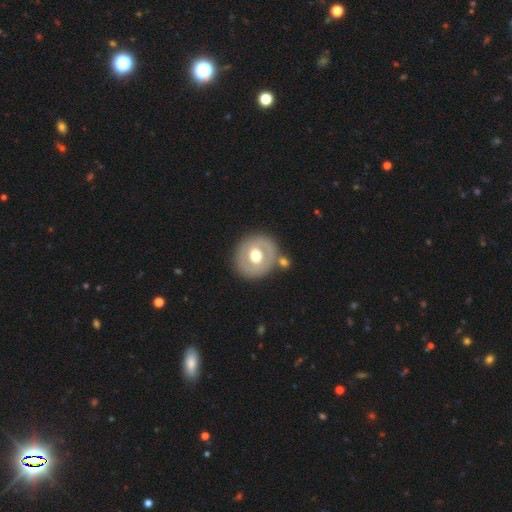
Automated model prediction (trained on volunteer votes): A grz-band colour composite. It shows a smooth galaxy with no disk features (48%). Merging: none (78%).